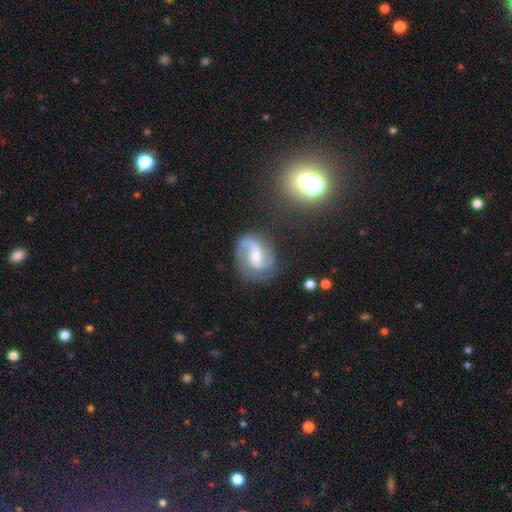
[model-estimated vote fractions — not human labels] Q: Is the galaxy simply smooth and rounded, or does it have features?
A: featured or disk — 89%.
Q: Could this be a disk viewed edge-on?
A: no — 98%.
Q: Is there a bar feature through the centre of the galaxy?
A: weak — 48%.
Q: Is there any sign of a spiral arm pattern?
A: yes — 98%.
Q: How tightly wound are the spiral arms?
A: medium — 56%.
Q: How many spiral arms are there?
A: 2 — 88%.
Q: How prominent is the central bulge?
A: moderate — 55%.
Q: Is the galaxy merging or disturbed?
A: none — 75%.